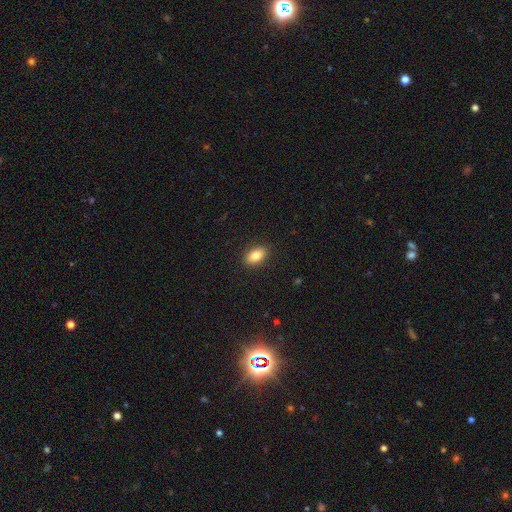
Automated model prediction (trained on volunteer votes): Smooth or featured: smooth — 83% (featured or disk — 8%)
How rounded: in between — 88% (round — 10%)
Merging: none — 89% (minor disturbance — 8%)